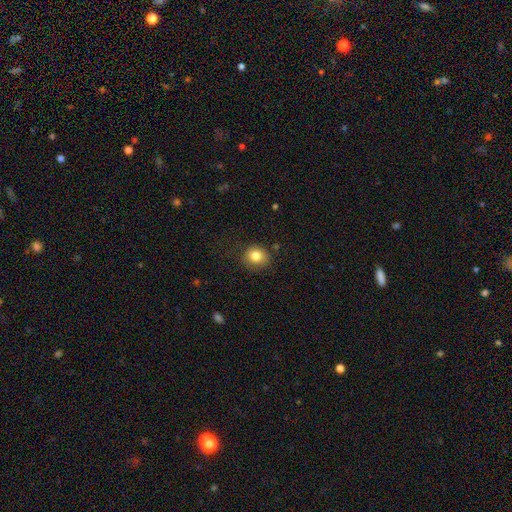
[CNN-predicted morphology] A smooth galaxy with no disk features (81%) that is round (78%).

Vote fractions:
- Smooth or featured? smooth: 81% / star or artifact: 11% / featured or disk: 8%
- How rounded? round: 78% / in between: 21% / cigar-shaped: 1%
- Merging? none: 79% / minor disturbance: 15% / major disturbance: 4% / merger: 2%